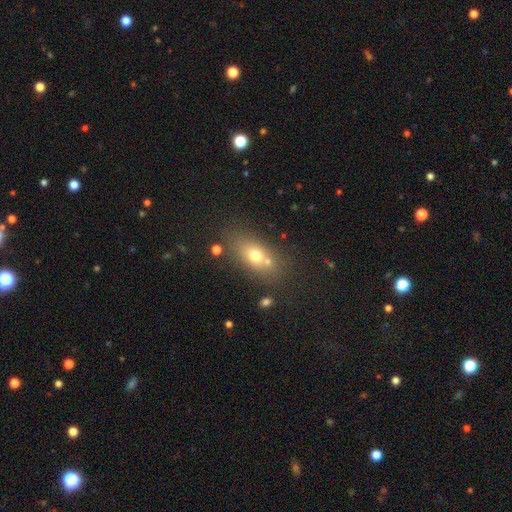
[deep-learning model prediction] Smooth or featured? smooth (67%)
How rounded? in between (73%)
Merging? none (63%)